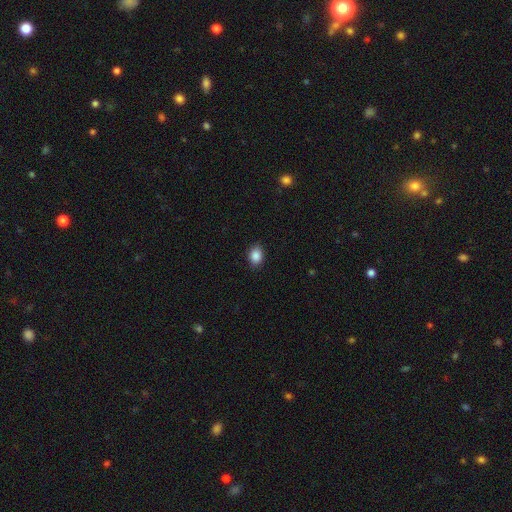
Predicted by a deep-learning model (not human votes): A smooth galaxy with no disk features (87%) that is in between round and cigar-shaped (61%). Merging: none (85%).